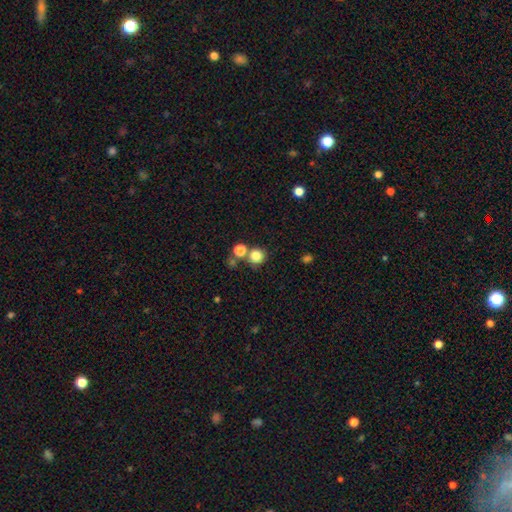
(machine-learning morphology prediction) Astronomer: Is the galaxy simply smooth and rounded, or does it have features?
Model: smooth — 81%.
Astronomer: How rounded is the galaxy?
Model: round — 92%.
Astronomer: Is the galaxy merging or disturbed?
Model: none — 69%.